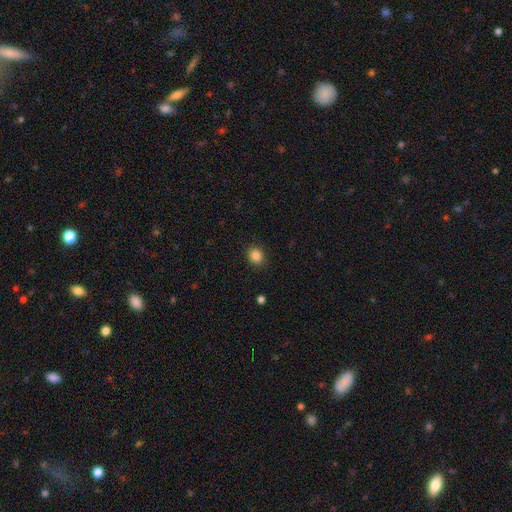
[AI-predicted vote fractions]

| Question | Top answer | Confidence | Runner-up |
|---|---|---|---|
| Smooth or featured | smooth | 86% | star or artifact (10%) |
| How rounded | round | 66% | in between (33%) |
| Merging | none | 90% | minor disturbance (7%) |